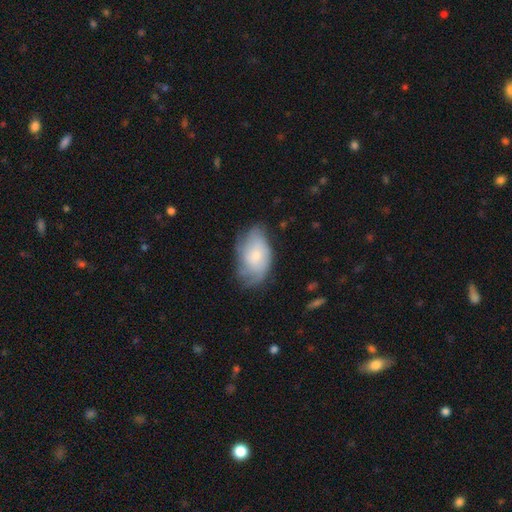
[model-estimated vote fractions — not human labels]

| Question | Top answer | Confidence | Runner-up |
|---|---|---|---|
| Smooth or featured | smooth | 48% | featured or disk (45%) |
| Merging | none | 58% | minor disturbance (29%) |